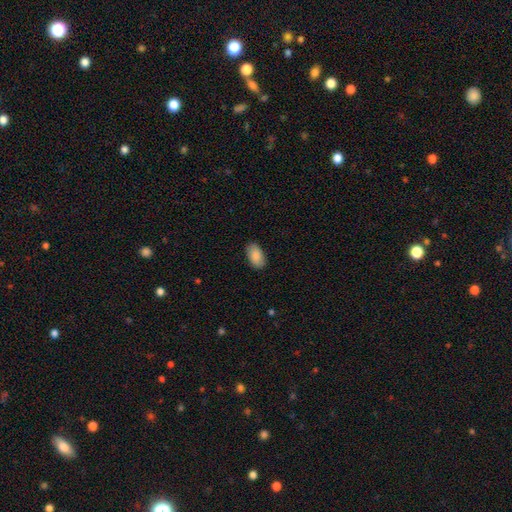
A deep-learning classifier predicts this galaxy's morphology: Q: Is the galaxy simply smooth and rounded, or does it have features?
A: smooth — 86%.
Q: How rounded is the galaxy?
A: in between — 94%.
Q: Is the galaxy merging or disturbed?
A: none — 86%.